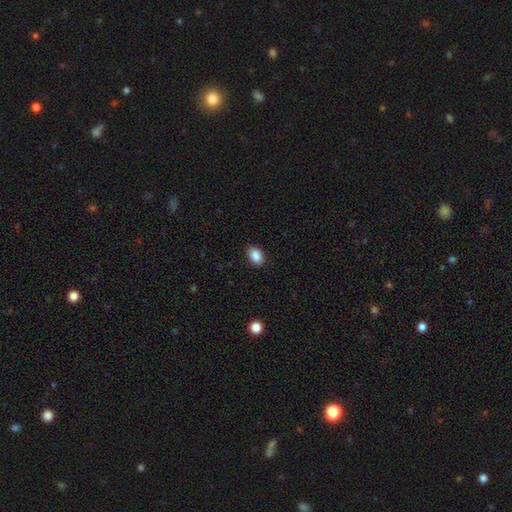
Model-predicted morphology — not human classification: Q: Smooth or featured?
A: smooth (88%); runner-up: star or artifact (8%)
Q: How rounded?
A: in between (83%); runner-up: round (15%)
Q: Merging?
A: none (89%); runner-up: minor disturbance (8%)